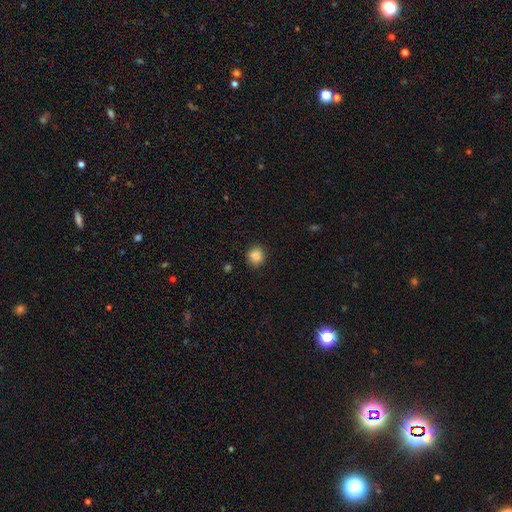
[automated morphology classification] type=smooth (85%); roundness=round (89%); merging=none (89%).